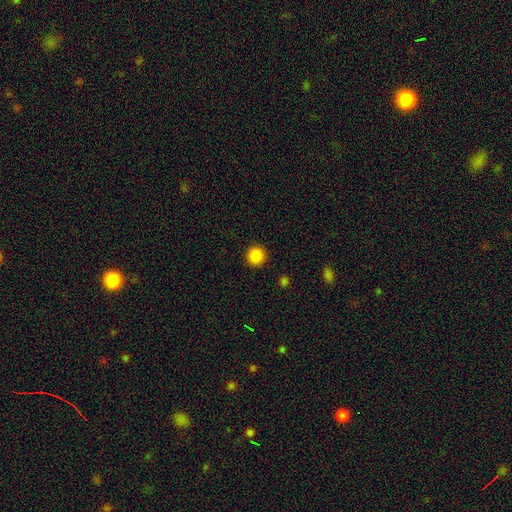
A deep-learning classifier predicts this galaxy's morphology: This appears to be a smooth galaxy with no disk features (87%) that is round (95%). Merging: none (93%).